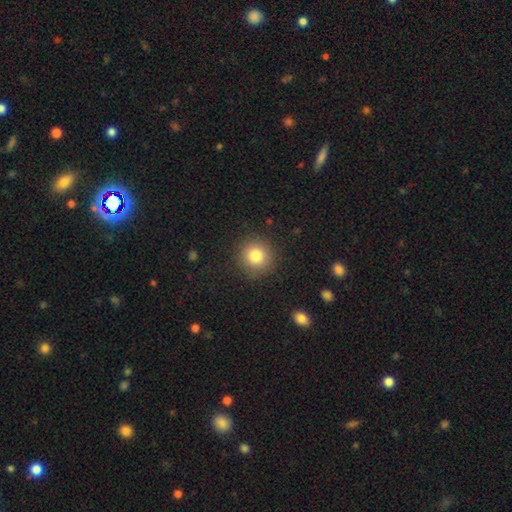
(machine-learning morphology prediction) A smooth galaxy with no disk features (81%) that is round (93%). Merging: none (89%).